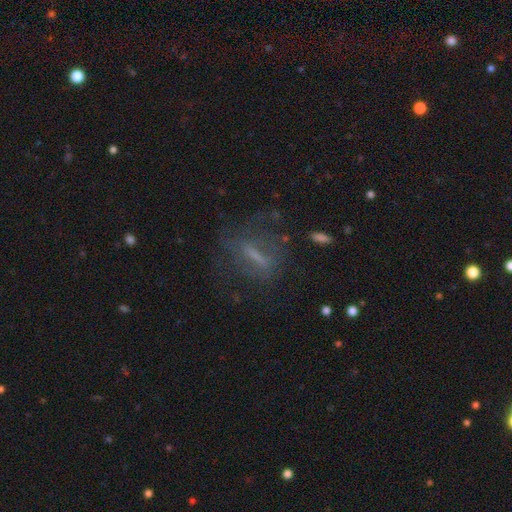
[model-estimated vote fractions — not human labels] smooth-or-featured: featured or disk: 47% | smooth: 35% | star or artifact: 18%
  merging: none: 61% | major disturbance: 19% | minor disturbance: 17% | merger: 3%